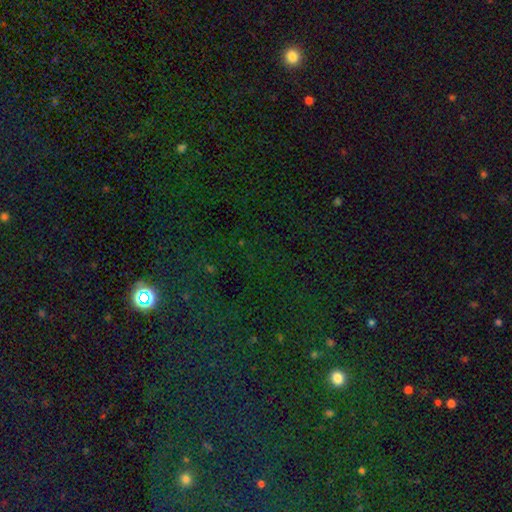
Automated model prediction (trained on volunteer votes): This appears to be a star or artifact, not a galaxy (76%).